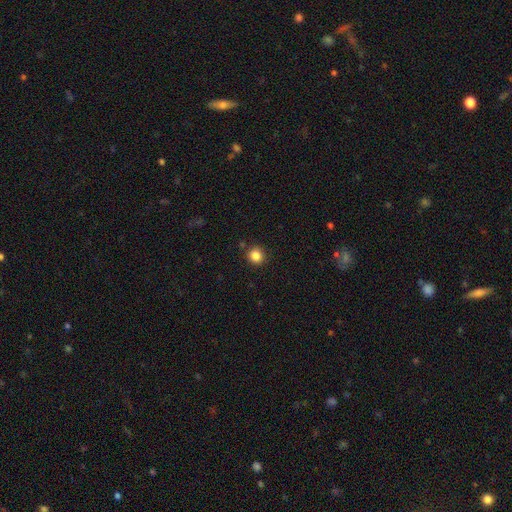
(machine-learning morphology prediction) smooth-or-featured: smooth: 85% | star or artifact: 11% | featured or disk: 4%
  how-rounded: round: 89% | in between: 10% | cigar-shaped: 1%
  merging: none: 89% | minor disturbance: 7% | merger: 2% | major disturbance: 2%